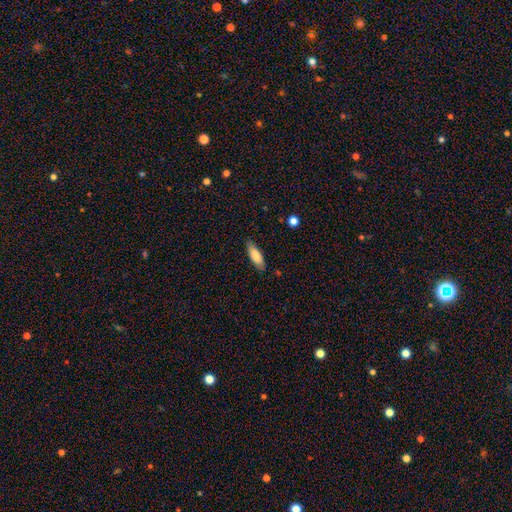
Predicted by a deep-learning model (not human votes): smooth 82%, featured or disk 11%, star or artifact 6%. Down the decision tree: how rounded — in between (60%); merging — none (84%).